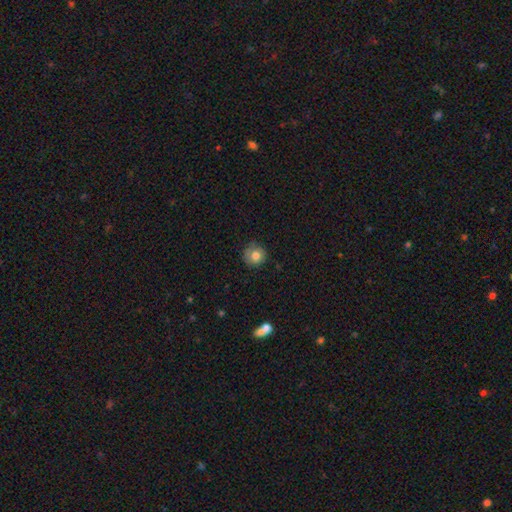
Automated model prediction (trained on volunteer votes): The model was most divided on "merging": none: 75%, minor disturbance: 18%, major disturbance: 5%, merger: 2%. More confident: how rounded — round (90%); smooth or featured — smooth (77%).